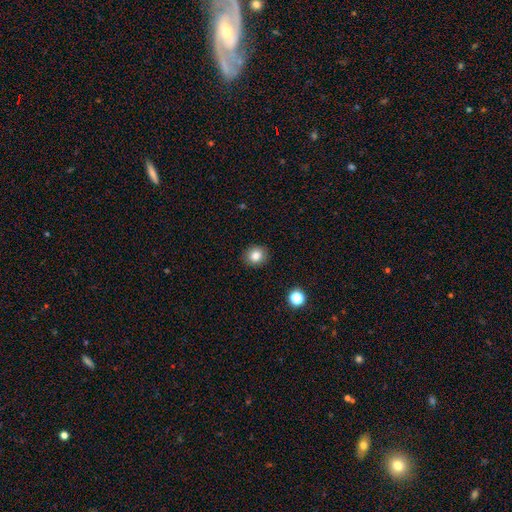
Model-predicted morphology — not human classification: type=smooth (82%); roundness=round (82%); merging=none (91%).